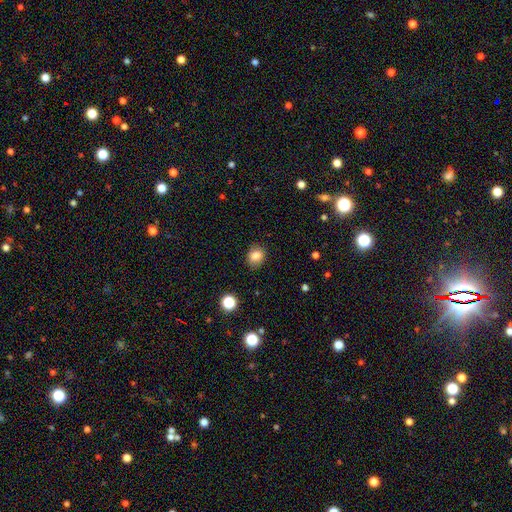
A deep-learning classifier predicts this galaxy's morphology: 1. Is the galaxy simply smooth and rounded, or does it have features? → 82% smooth, 11% star or artifact, 7% featured or disk.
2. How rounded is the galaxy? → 59% round, 40% in between, 1% cigar-shaped.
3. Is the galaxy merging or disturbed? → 85% none, 11% minor disturbance, 3% major disturbance, 1% merger.